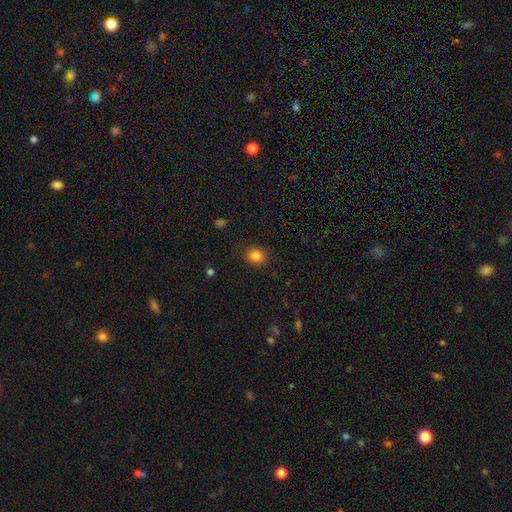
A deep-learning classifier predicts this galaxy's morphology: This is clearly a smooth galaxy (84%). How rounded: likely round (65%). Merging: clearly none (87%).